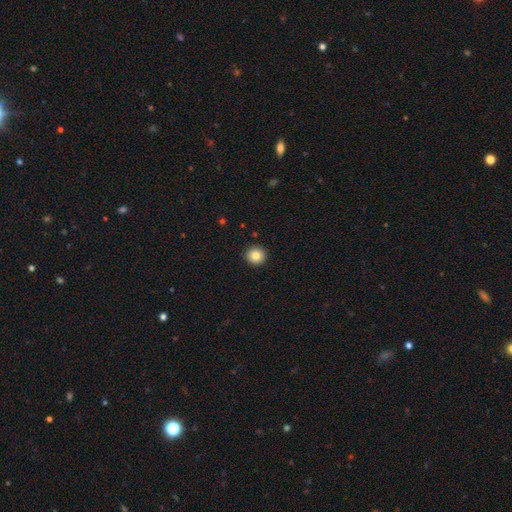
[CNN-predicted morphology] smooth-or-featured: smooth: 85% | star or artifact: 9% | featured or disk: 5%
  how-rounded: round: 94% | in between: 5% | cigar-shaped: 1%
  merging: none: 93% | minor disturbance: 5% | major disturbance: 2% | merger: 1%